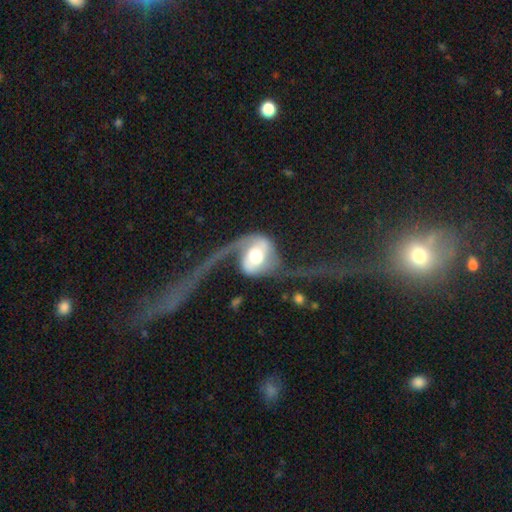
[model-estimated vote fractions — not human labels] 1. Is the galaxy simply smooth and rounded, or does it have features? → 79% featured or disk, 15% smooth, 5% star or artifact.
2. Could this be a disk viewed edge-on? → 96% no, 4% yes.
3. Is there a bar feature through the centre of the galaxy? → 46% no, 34% weak, 20% strong.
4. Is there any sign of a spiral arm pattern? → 87% yes, 13% no.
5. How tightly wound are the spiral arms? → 84% loose, 12% medium, 4% tight.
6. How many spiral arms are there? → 74% 2, 20% 1, 3% can't tell, 1% 3, 1% 4, 1% more than 4.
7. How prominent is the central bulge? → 56% moderate, 30% large, 7% small, 6% dominant, 2% none.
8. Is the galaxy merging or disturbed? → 55% major disturbance, 28% none, 11% minor disturbance, 7% merger.